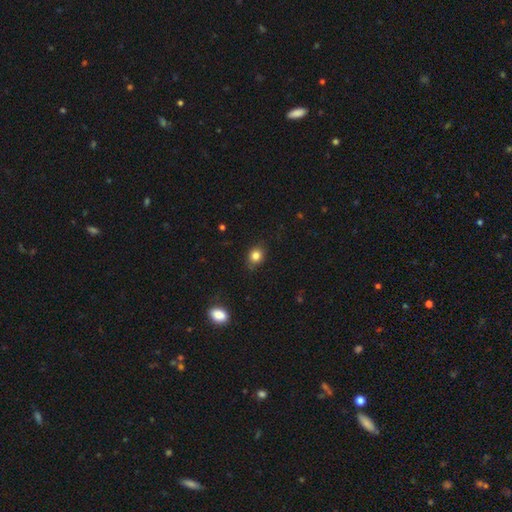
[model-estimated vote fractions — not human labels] Smooth or featured? smooth (83%)
How rounded? round (65%)
Merging? none (82%)